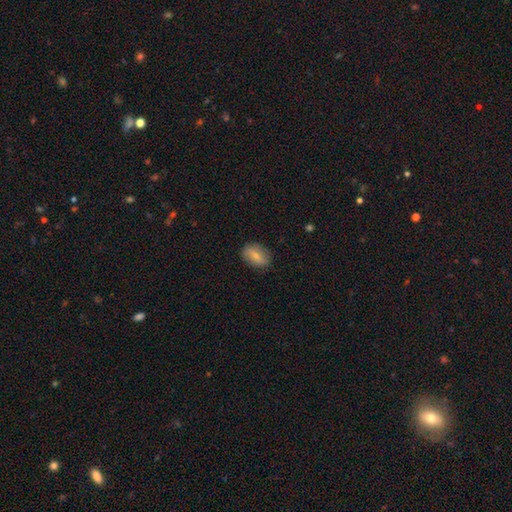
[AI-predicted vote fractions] smooth-or-featured: smooth: 71% | featured or disk: 22% | star or artifact: 7%
  how-rounded: in between: 81% | round: 16% | cigar-shaped: 3%
  merging: none: 83% | minor disturbance: 13% | major disturbance: 3% | merger: 1%